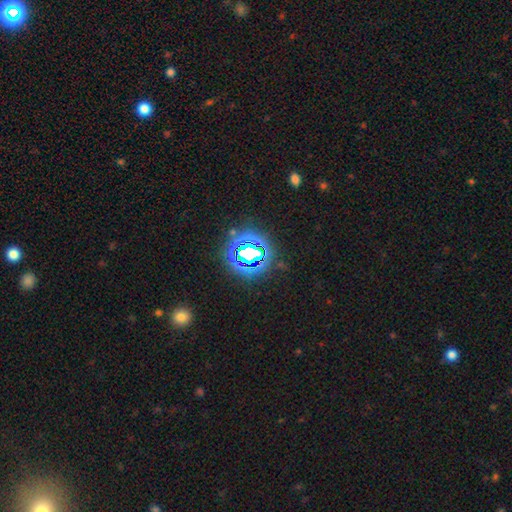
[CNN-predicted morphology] The model was most divided on "smooth or featured": star or artifact: 72%, smooth: 16%, featured or disk: 12%.